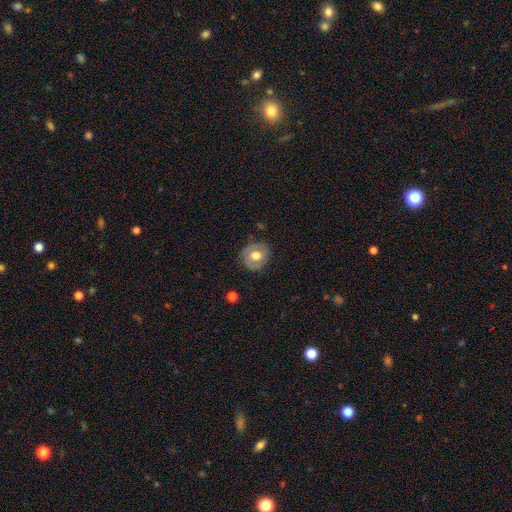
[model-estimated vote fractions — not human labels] This appears to be a smooth galaxy with no disk features (57%) that is round (77%). Merging: none (77%).